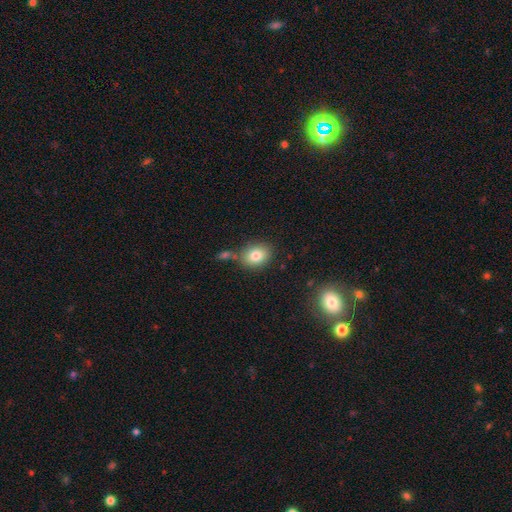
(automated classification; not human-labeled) A smooth galaxy with no disk features (81%) that is in between round and cigar-shaped (54%). Merging: none (73%).